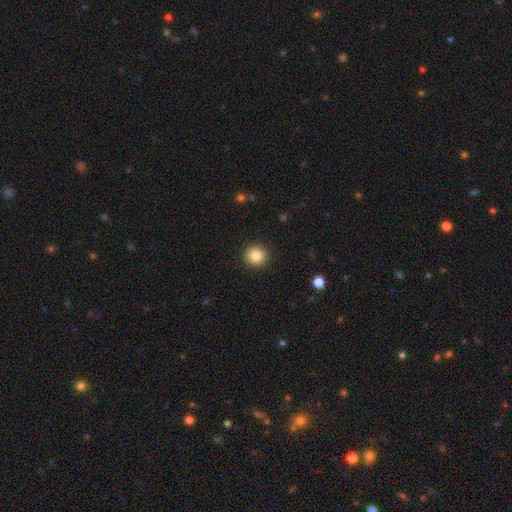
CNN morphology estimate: Overall: smooth (85%). How rounded: round (94%). Merging: none (92%).